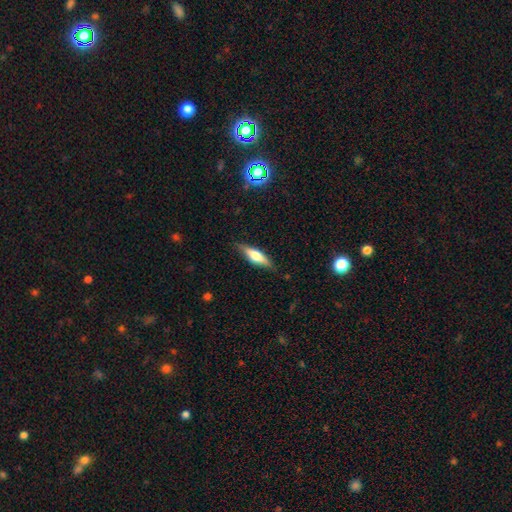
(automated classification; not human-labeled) Smooth or featured? smooth (50%)
How rounded? cigar-shaped (54%)
Merging? none (84%)